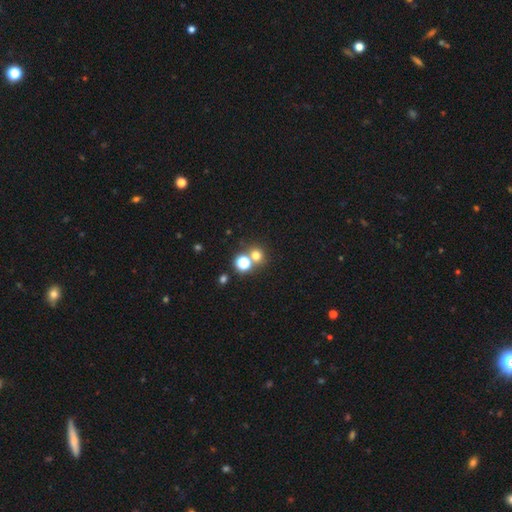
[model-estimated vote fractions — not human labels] The model was most divided on "merging": none: 62%, merger: 28%, minor disturbance: 7%, major disturbance: 3%. More confident: how rounded — round (85%); smooth or featured — smooth (69%).